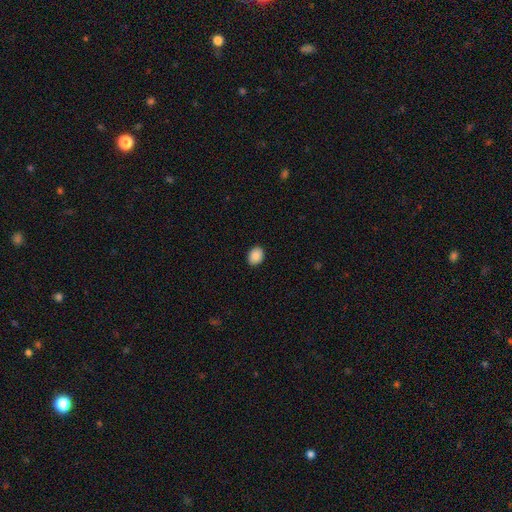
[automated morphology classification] Smooth or featured: smooth — 89% (star or artifact — 7%)
How rounded: in between — 64% (round — 36%)
Merging: none — 90% (minor disturbance — 7%)